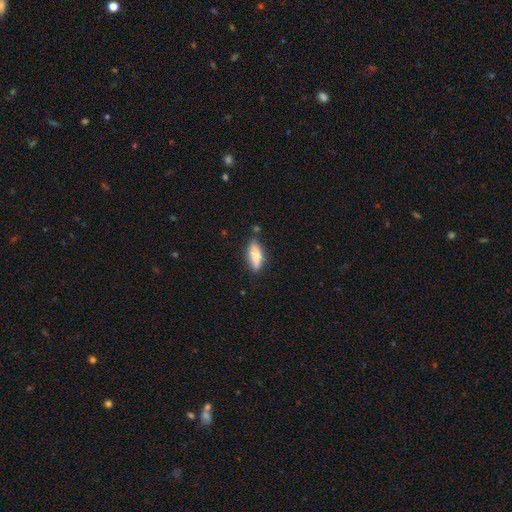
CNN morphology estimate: A smooth galaxy with no disk features (70%) that is in between round and cigar-shaped (65%).

Vote fractions:
- Smooth or featured? smooth: 70% / featured or disk: 23% / star or artifact: 6%
- How rounded? in between: 65% / cigar-shaped: 33% / round: 2%
- Merging? none: 76% / minor disturbance: 17% / merger: 4% / major disturbance: 3%